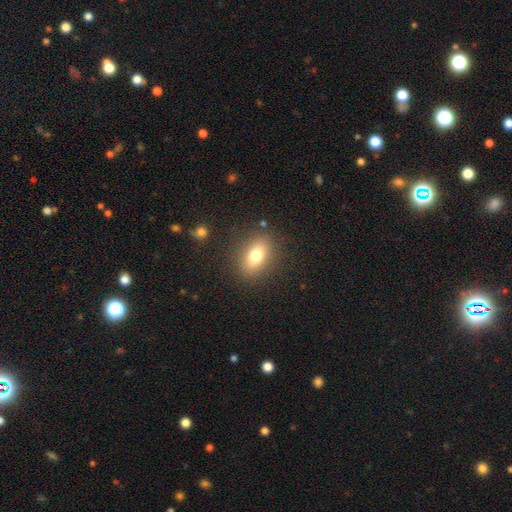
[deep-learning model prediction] Smooth or featured?
  - smooth: 75% *
  - featured or disk: 15%
  - star or artifact: 10%
How rounded?
  - in between: 80% *
  - round: 15%
  - cigar-shaped: 5%
Merging?
  - none: 85% *
  - minor disturbance: 9%
  - major disturbance: 4%
  - merger: 2%